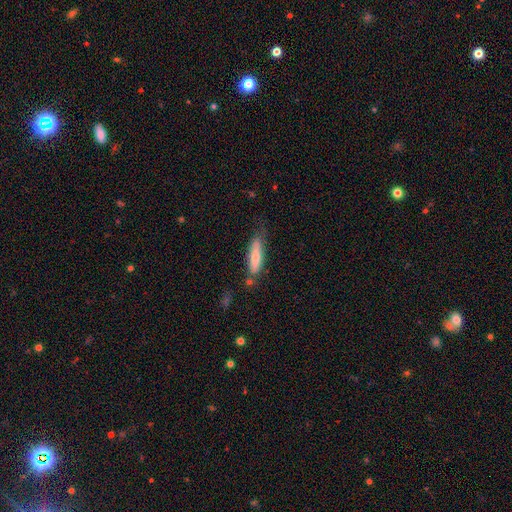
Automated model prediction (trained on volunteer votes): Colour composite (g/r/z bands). It shows a smooth galaxy with no disk features (69%) that is cigar-shaped (76%). Merging: none (61%).